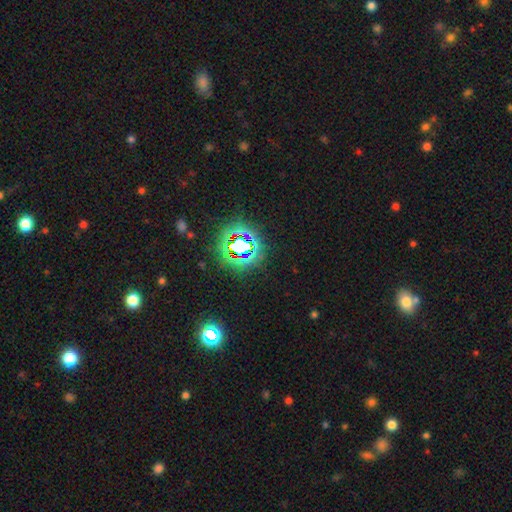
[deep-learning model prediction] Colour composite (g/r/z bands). It shows a star or artifact, not a galaxy (81%).